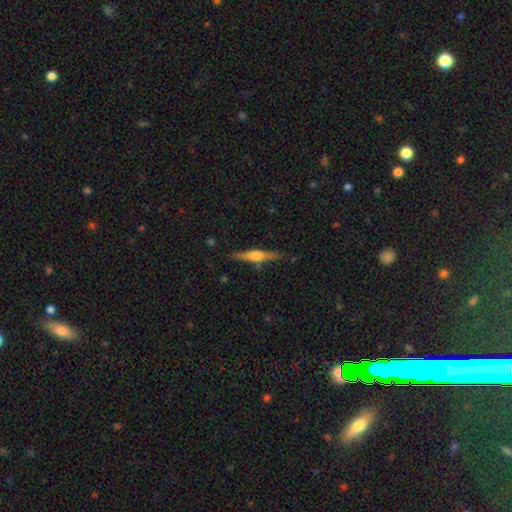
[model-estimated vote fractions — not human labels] This is likely a featured or disk galaxy (66%). It is clearly viewed edge-on (97%). Edge-on bulge: clearly rounded (89%). Merging: clearly none (85%).